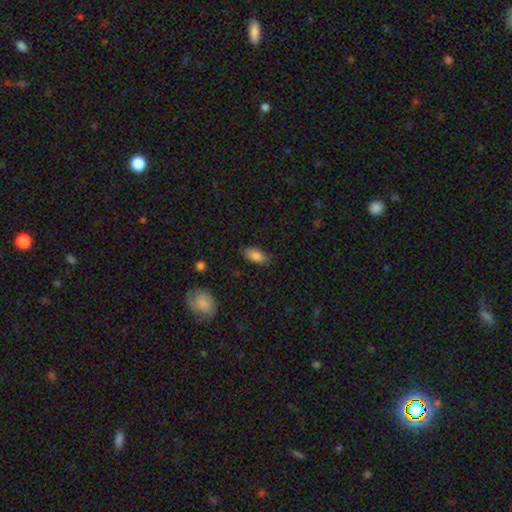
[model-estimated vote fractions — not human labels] Smooth or featured? Predicted: smooth (p=0.84). How rounded? Predicted: in between (p=0.89). Merging? Predicted: none (p=0.79).